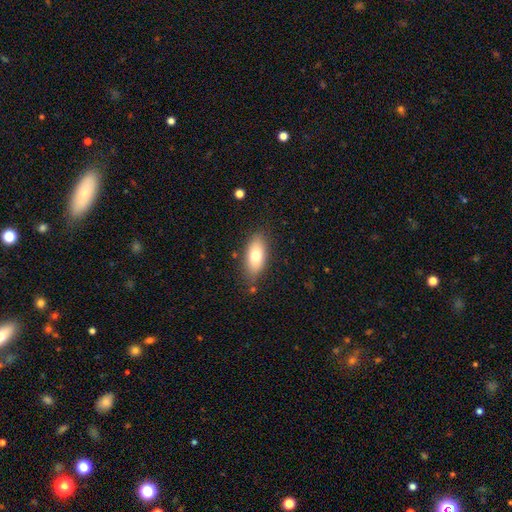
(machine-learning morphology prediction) The model was most divided on "smooth or featured": smooth: 75%, featured or disk: 18%, star or artifact: 7%. More confident: how rounded — in between (85%); merging — none (79%).